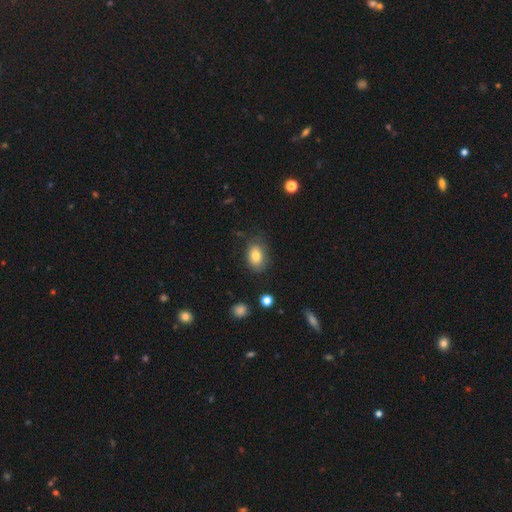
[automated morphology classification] Smooth or featured? smooth (78%)
How rounded? in between (82%)
Merging? none (72%)